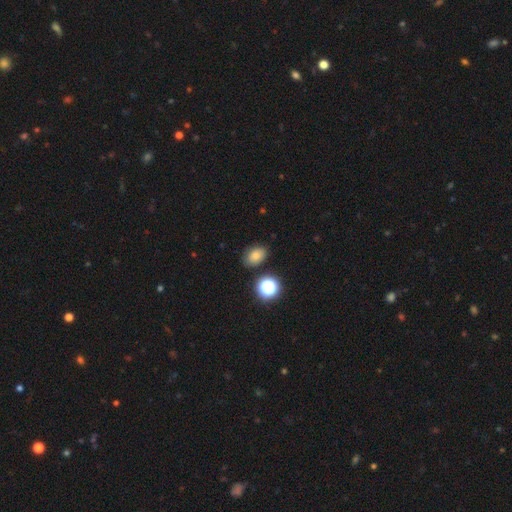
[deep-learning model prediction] Q: Smooth or featured?
A: smooth (78%); runner-up: star or artifact (15%)
Q: How rounded?
A: in between (76%); runner-up: round (23%)
Q: Merging?
A: none (80%); runner-up: minor disturbance (13%)